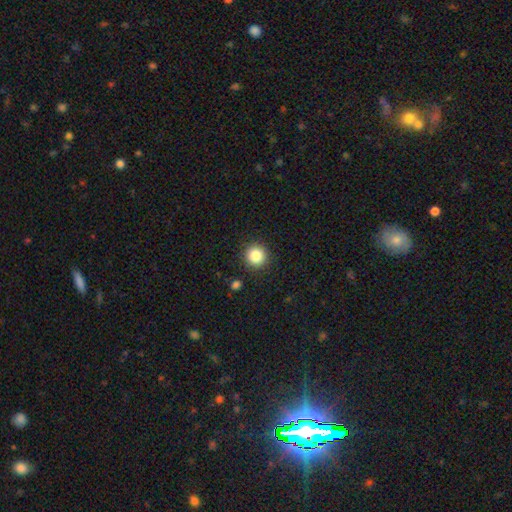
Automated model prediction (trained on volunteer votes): Smooth or featured? Predicted: smooth (p=0.85). How rounded? Predicted: round (p=0.94). Merging? Predicted: none (p=0.90).